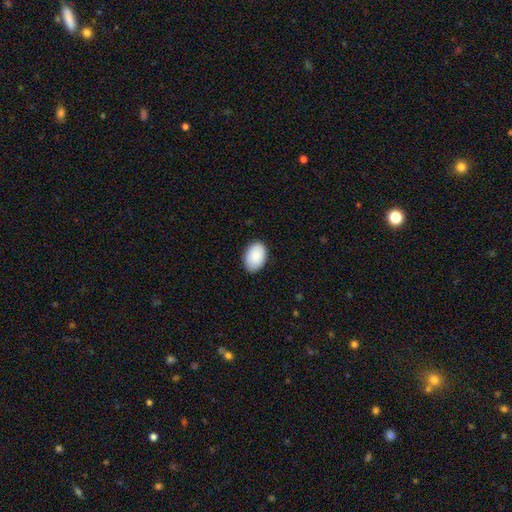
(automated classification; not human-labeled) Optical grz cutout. It shows a smooth galaxy with no disk features (88%) that is in between round and cigar-shaped (90%). Merging: none (86%).